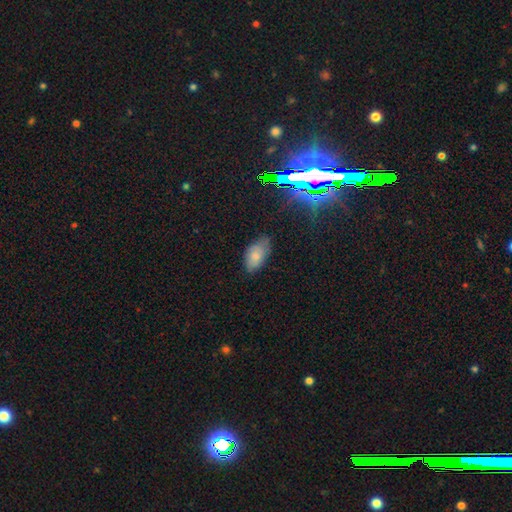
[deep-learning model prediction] This appears to be a smooth galaxy with no disk features (76%) that is in between round and cigar-shaped (93%). Merging: none (61%).